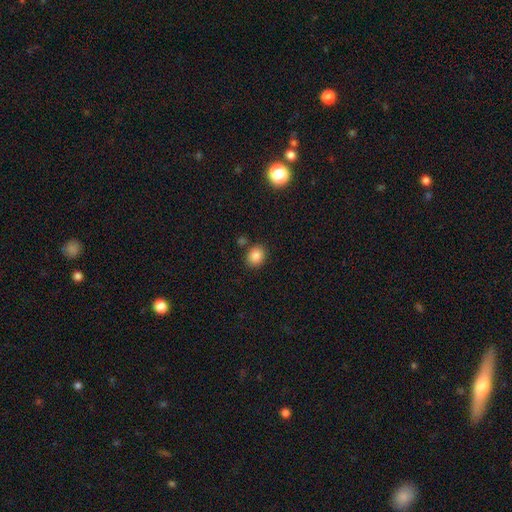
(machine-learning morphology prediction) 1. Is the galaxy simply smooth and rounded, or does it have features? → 86% smooth, 9% star or artifact, 5% featured or disk.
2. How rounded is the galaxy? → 63% round, 37% in between, 1% cigar-shaped.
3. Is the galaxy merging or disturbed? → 81% none, 9% minor disturbance, 7% merger, 3% major disturbance.